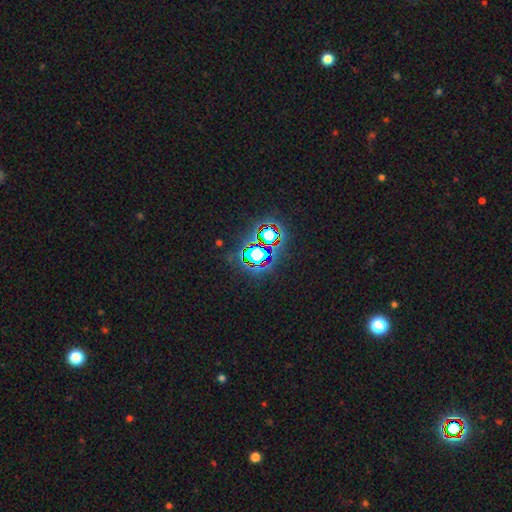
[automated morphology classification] Smooth or featured? star or artifact (74%)